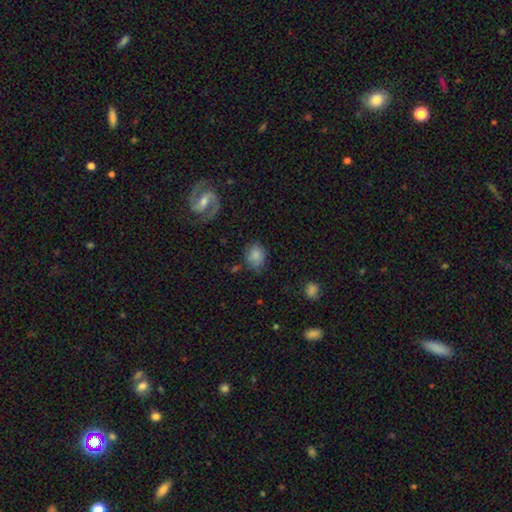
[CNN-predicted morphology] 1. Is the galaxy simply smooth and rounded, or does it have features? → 78% smooth, 13% featured or disk, 9% star or artifact.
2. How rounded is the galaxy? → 55% in between, 43% round, 1% cigar-shaped.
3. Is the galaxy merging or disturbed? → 67% none, 22% minor disturbance, 8% major disturbance, 3% merger.